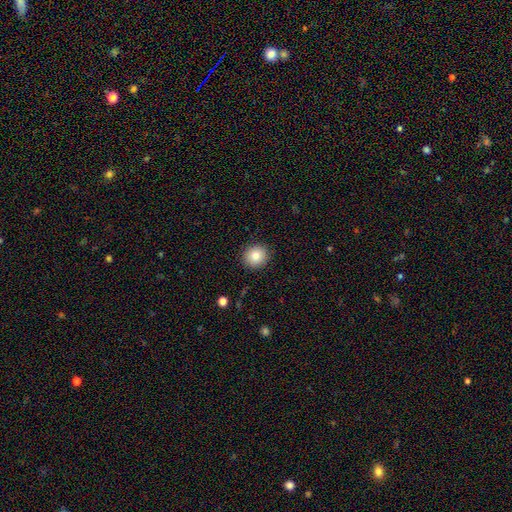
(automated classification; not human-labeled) A smooth galaxy with no disk features (81%) that is round (87%). Merging: none (91%).